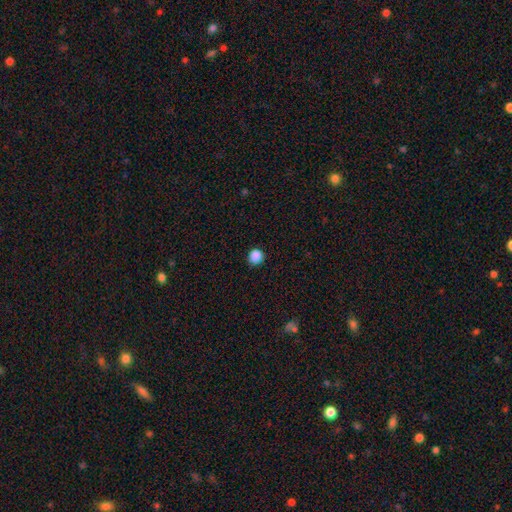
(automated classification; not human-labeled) Smooth or featured: smooth — 87% (star or artifact — 10%)
How rounded: round — 89% (in between — 10%)
Merging: none — 87% (minor disturbance — 9%)